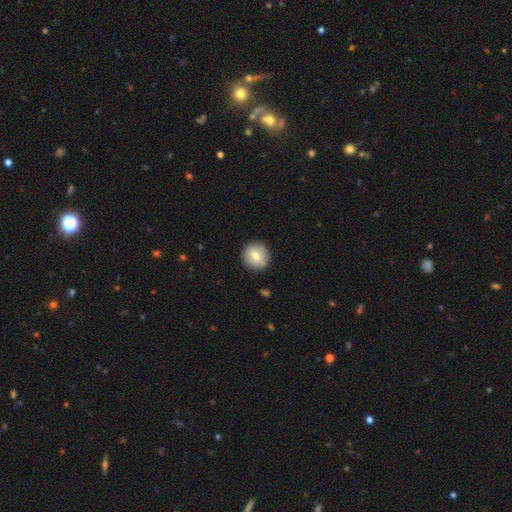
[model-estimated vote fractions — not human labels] Q: Smooth or featured?
A: smooth (74%); runner-up: featured or disk (17%)
Q: How rounded?
A: round (93%); runner-up: in between (6%)
Q: Merging?
A: none (88%); runner-up: minor disturbance (8%)